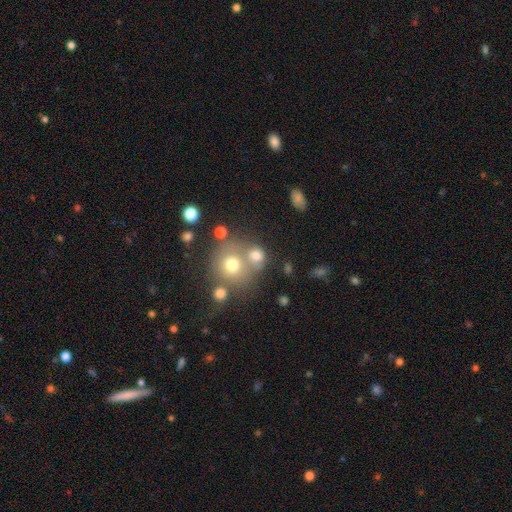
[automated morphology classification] type=smooth (72%); roundness=round (78%); merging=none (47%).